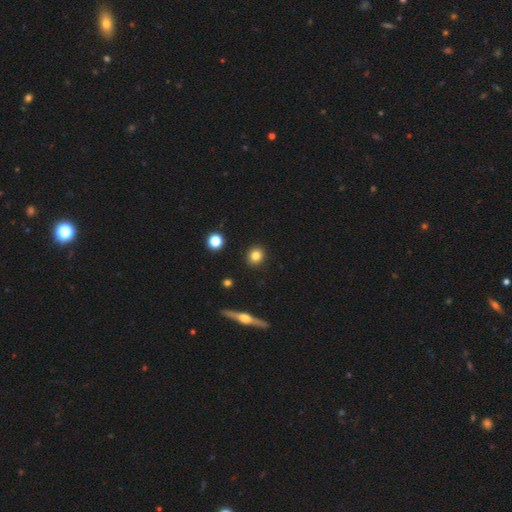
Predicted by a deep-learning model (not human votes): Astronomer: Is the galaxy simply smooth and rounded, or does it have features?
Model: smooth — 81%.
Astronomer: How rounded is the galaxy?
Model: round — 81%.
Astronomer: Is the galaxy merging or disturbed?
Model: none — 91%.